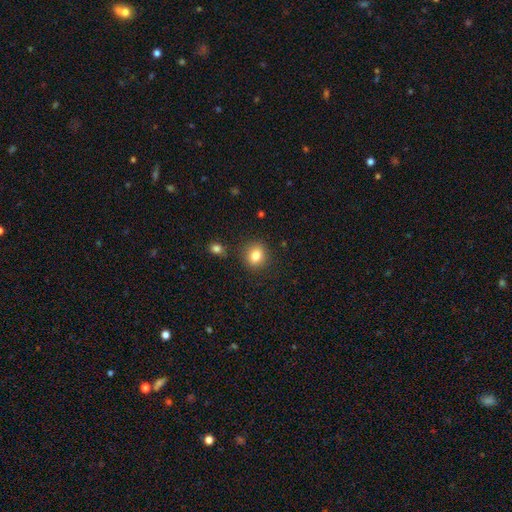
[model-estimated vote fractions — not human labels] Smooth or featured?
  - smooth: 82% *
  - star or artifact: 11%
  - featured or disk: 8%
How rounded?
  - round: 76% *
  - in between: 23%
  - cigar-shaped: 1%
Merging?
  - none: 86% *
  - minor disturbance: 8%
  - merger: 3%
  - major disturbance: 3%